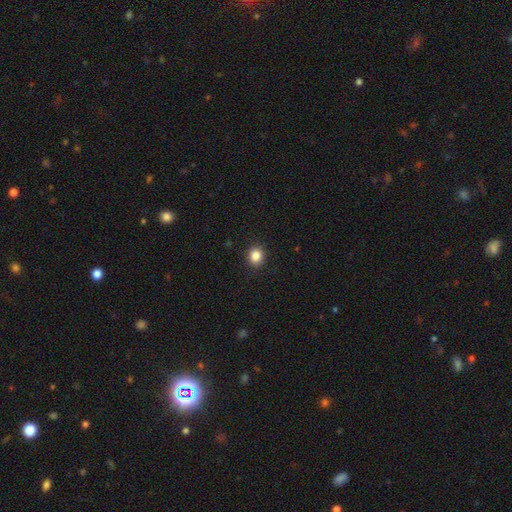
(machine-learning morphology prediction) smooth 86%, star or artifact 10%, featured or disk 4%. Down the decision tree: how rounded — round (71%); merging — none (91%).